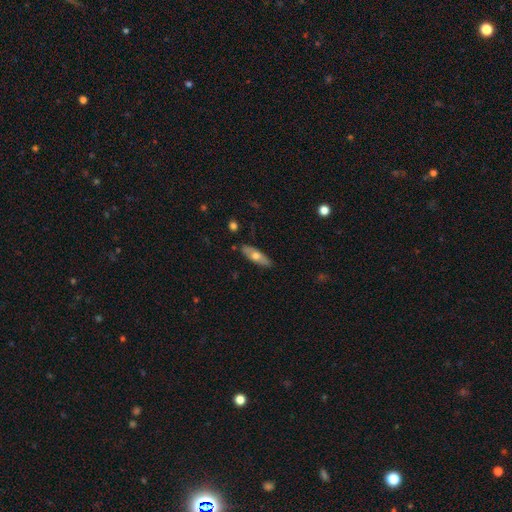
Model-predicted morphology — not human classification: type=smooth (57%); roundness=in between (56%); merging=none (85%).